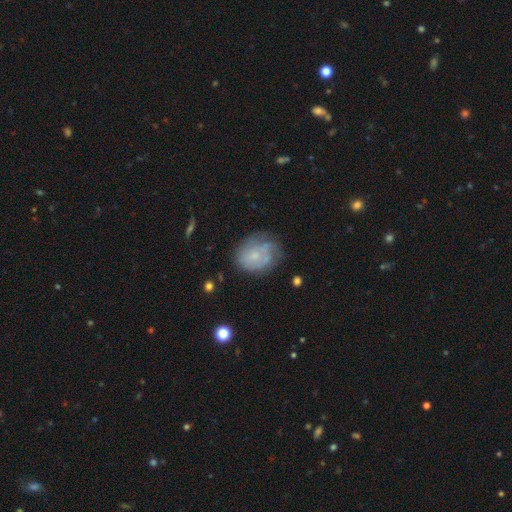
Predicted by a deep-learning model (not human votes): This appears to be a featured or disk galaxy (51%). Merging: none (54%).